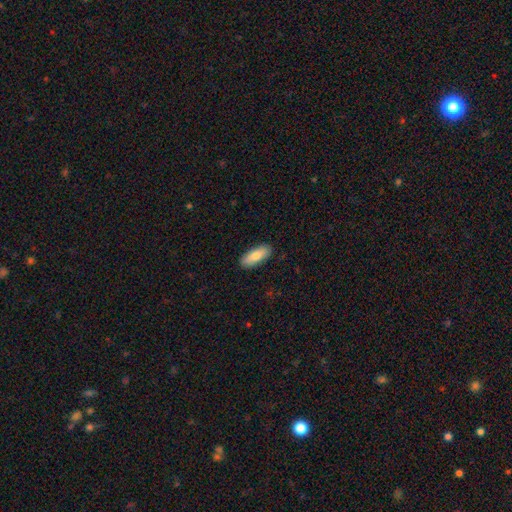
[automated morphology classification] Smooth or featured? smooth (81%)
How rounded? in between (74%)
Merging? none (89%)